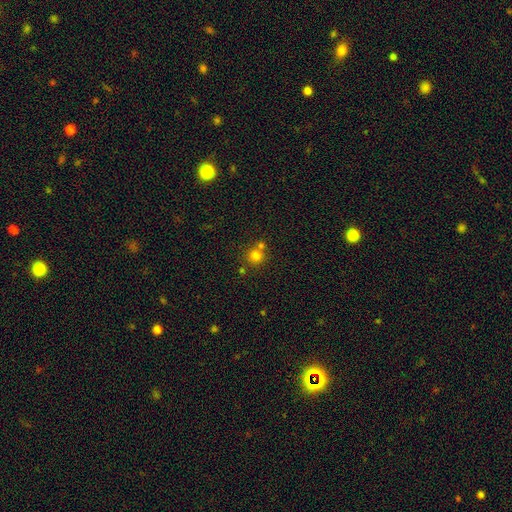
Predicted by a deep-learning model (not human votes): Smooth or featured?
  - smooth: 76% *
  - star or artifact: 16%
  - featured or disk: 8%
How rounded?
  - round: 92% *
  - in between: 7%
  - cigar-shaped: 1%
Merging?
  - none: 62% *
  - merger: 28%
  - minor disturbance: 7%
  - major disturbance: 2%